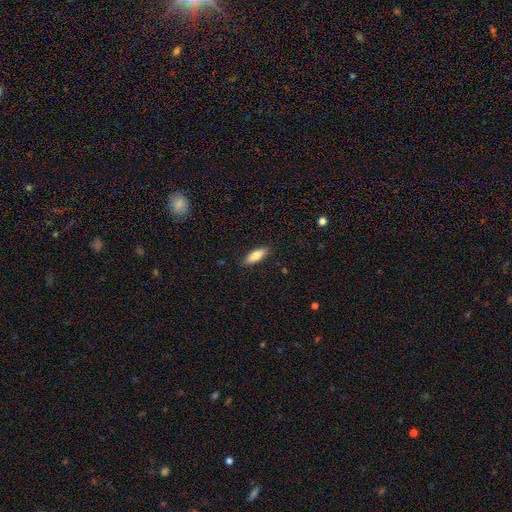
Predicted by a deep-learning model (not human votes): The model was most divided on "how rounded": in between: 62%, cigar-shaped: 36%, round: 2%. More confident: merging — none (87%); smooth or featured — smooth (77%).